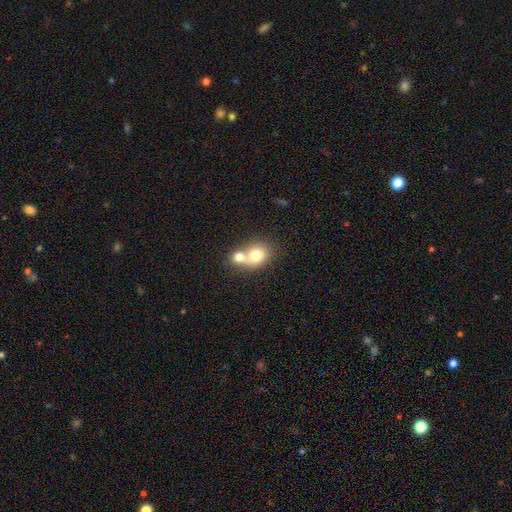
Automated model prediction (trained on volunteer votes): Overall: smooth (73%). How rounded: round (64%; in between 34%). Merging: merger (71%).